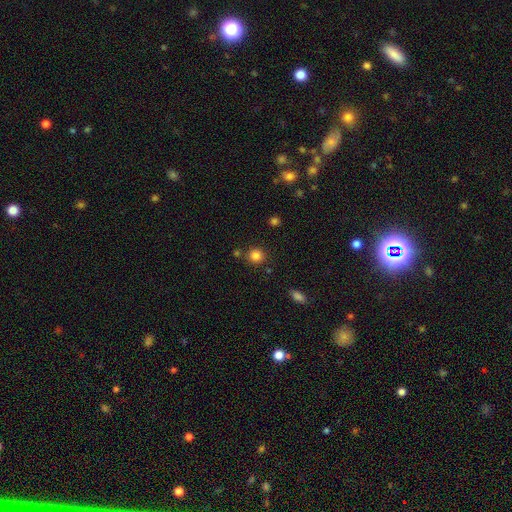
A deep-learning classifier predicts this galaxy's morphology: Smooth or featured? Predicted: smooth (p=0.84). How rounded? Predicted: round (p=0.89). Merging? Predicted: none (p=0.81).